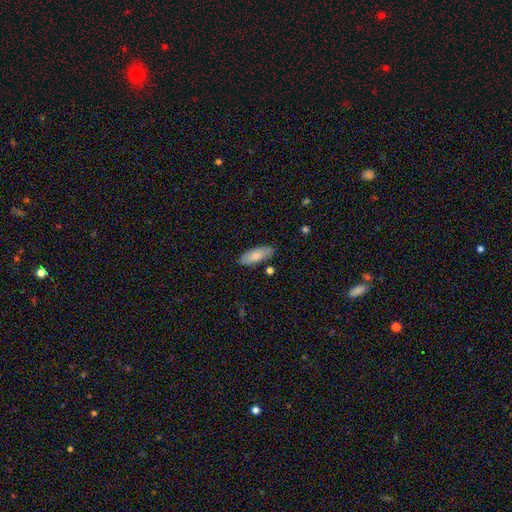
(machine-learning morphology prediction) Smooth or featured? smooth (74%)
How rounded? in between (77%)
Merging? none (80%)